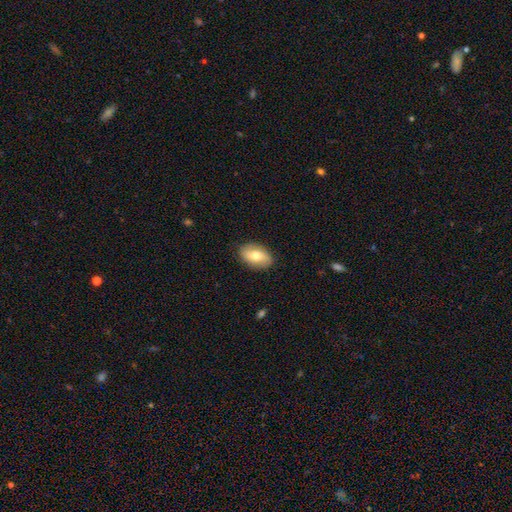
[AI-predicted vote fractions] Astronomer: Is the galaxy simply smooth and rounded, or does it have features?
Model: smooth — 68%.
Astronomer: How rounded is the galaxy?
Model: in between — 90%.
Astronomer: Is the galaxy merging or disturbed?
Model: none — 86%.